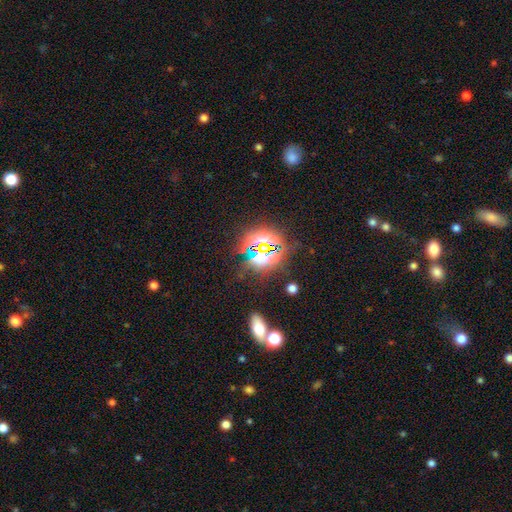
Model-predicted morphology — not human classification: smooth_or_featured: star or artifact (p=0.73) [alt: smooth p=0.16]